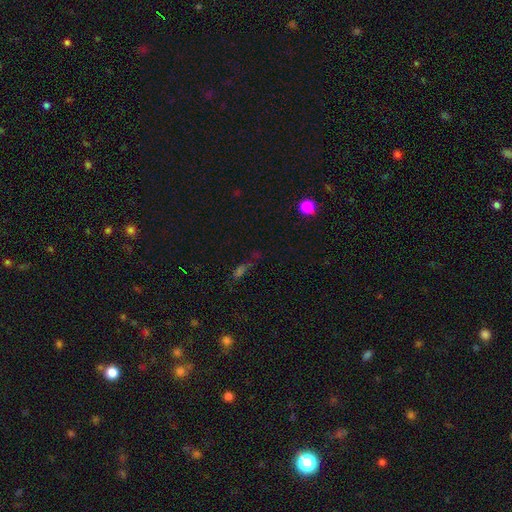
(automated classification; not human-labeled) Smooth or featured? Predicted: star or artifact (p=0.50).